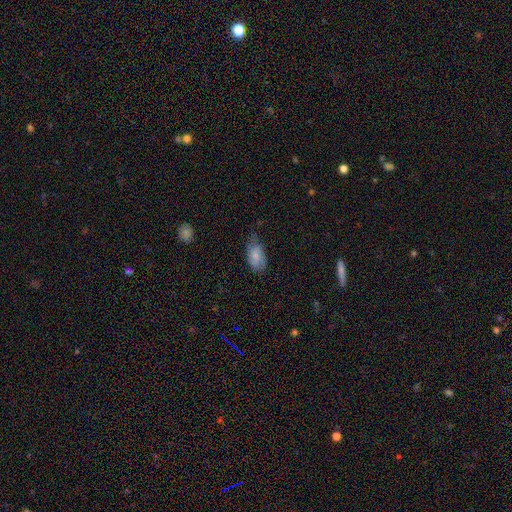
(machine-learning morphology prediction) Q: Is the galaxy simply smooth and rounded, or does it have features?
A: smooth — 64%.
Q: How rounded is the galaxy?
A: in between — 91%.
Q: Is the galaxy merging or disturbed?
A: none — 55%.